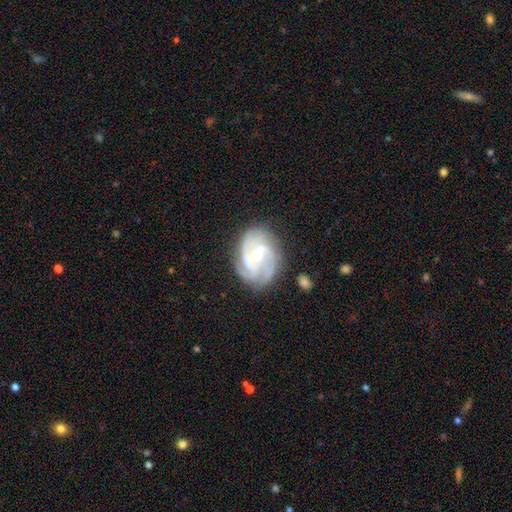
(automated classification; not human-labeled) smooth-or-featured: featured or disk: 88% | smooth: 7% | star or artifact: 5%
  disk-edge-on: no: 98% | yes: 2%
    bar: no: 46% | weak: 42% | strong: 12%
    has-spiral-arms: yes: 98% | no: 2%
      spiral-winding: tight: 58% | medium: 36% | loose: 7%
      spiral-arm-count: 3: 42% | 4: 26% | can't tell: 13% | 2: 10% | more than 4: 5% | 1: 5%
    bulge-size: small: 53% | moderate: 44% | large: 2% | none: 1% | dominant: 1%
  merging: none: 77% | minor disturbance: 16% | major disturbance: 6% | merger: 2%